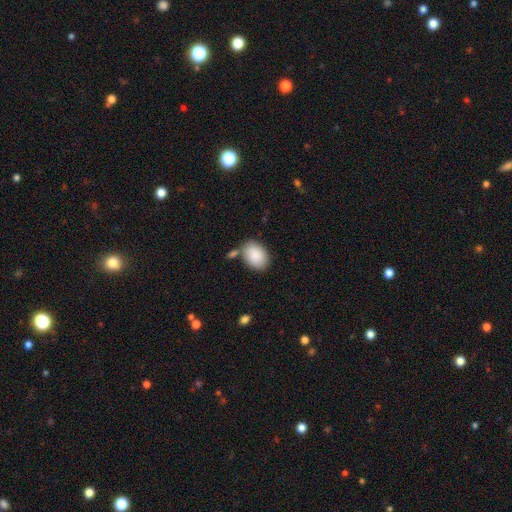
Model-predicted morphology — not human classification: type=smooth (87%); roundness=in between (81%); merging=none (70%).